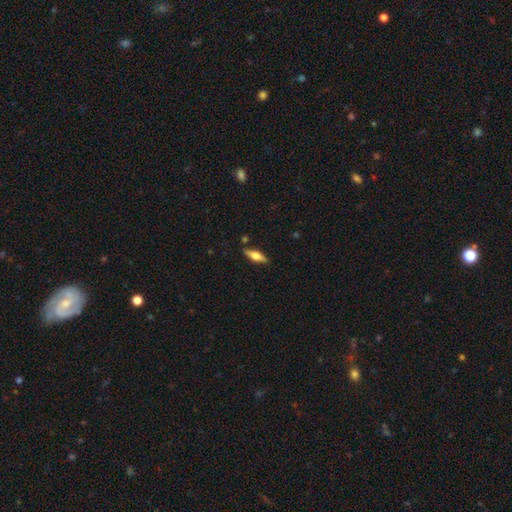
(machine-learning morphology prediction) Smooth or featured? Predicted: featured or disk (p=0.52). Edge-on disk? Predicted: yes (p=0.93). Merging? Predicted: none (p=0.85).